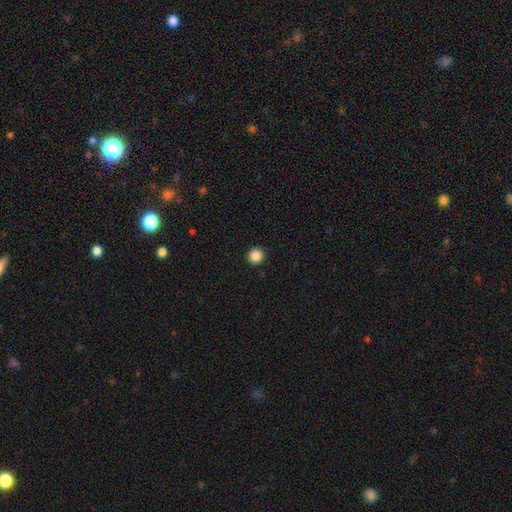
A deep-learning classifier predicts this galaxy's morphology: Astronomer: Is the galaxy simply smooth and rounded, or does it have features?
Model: smooth — 86%.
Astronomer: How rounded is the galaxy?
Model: round — 94%.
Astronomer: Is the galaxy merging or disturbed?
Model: none — 93%.